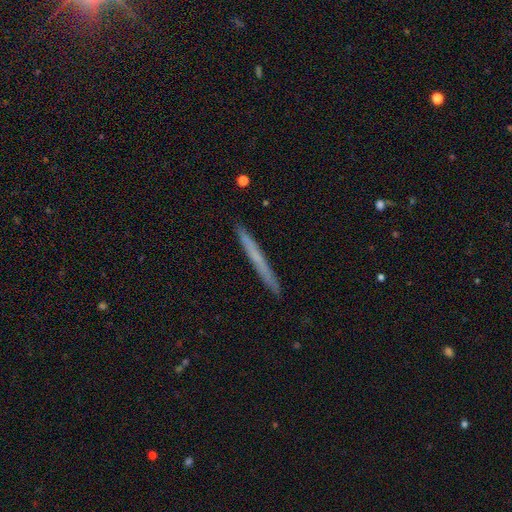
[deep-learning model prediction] Smooth or featured?
  - smooth: 52% *
  - featured or disk: 41%
  - star or artifact: 7%
How rounded?
  - cigar-shaped: 97% *
  - in between: 2%
  - round: 1%
Merging?
  - none: 92% *
  - minor disturbance: 6%
  - major disturbance: 1%
  - merger: 1%